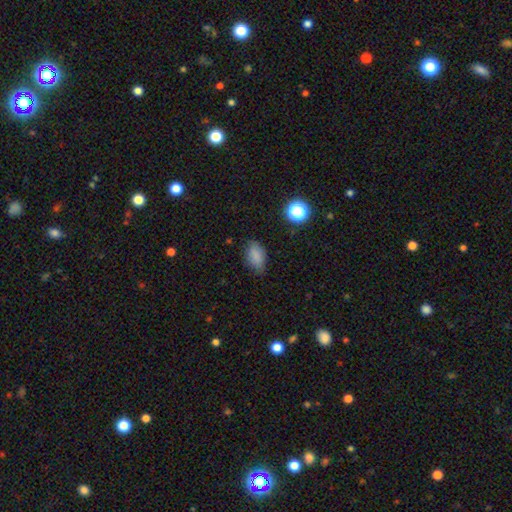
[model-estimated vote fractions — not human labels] Overall: smooth (82%). How rounded: in between (89%). Merging: none (71%).